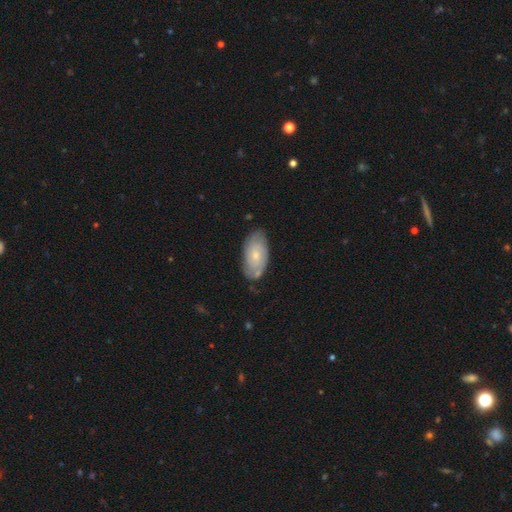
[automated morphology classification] Overall: featured or disk (52%; smooth 42%). Edge-on disk: no (92%). Merging: none (72%).